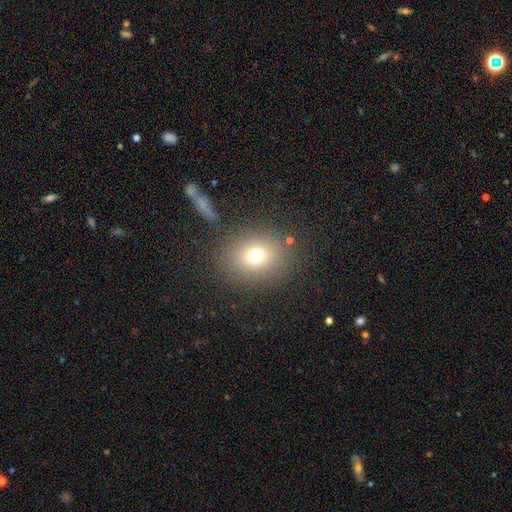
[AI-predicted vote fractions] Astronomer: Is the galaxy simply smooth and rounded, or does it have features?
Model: smooth — 72%.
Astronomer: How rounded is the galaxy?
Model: round — 63%.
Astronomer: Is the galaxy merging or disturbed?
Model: none — 82%.